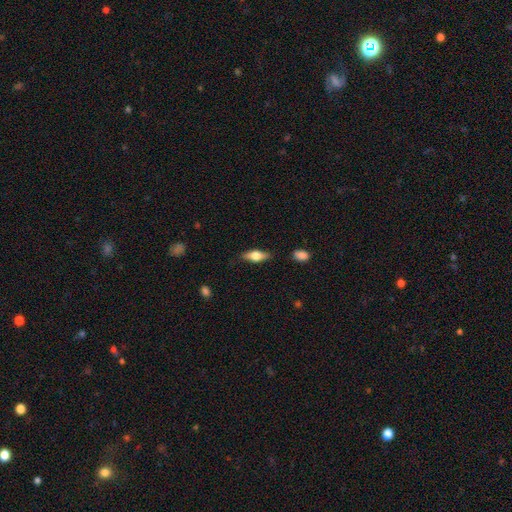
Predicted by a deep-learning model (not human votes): A smooth galaxy with no disk features (51%) that is in between round and cigar-shaped (64%). Merging: none (83%).